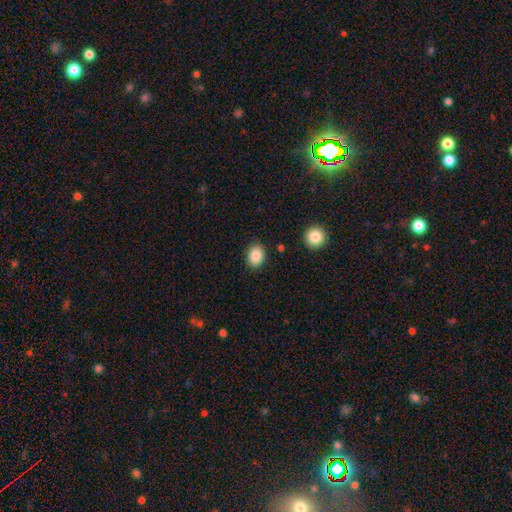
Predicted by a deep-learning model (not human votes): smooth 86%, star or artifact 8%, featured or disk 6%. Down the decision tree: how rounded — in between (60%); merging — none (88%).